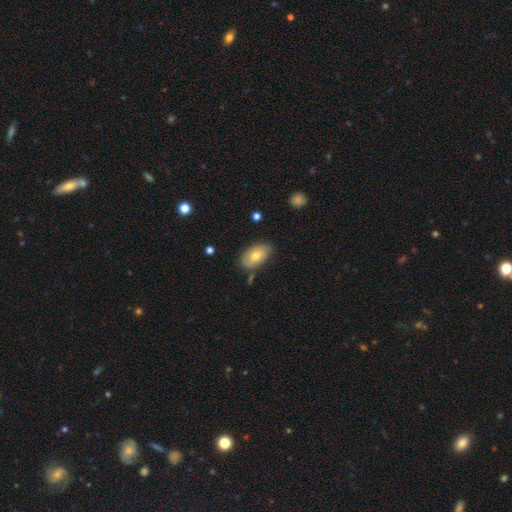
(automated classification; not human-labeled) The model was most divided on "smooth or featured": smooth: 68%, featured or disk: 25%, star or artifact: 7%. More confident: how rounded — in between (92%); merging — none (76%).